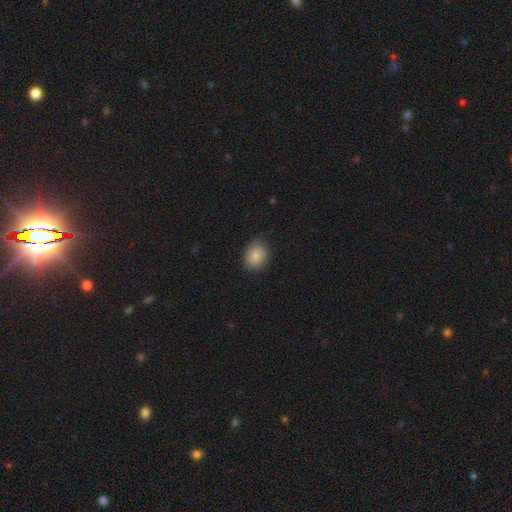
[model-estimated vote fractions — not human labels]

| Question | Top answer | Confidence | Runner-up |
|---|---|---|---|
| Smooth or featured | smooth | 86% | star or artifact (8%) |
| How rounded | round | 54% | in between (45%) |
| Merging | none | 81% | minor disturbance (15%) |